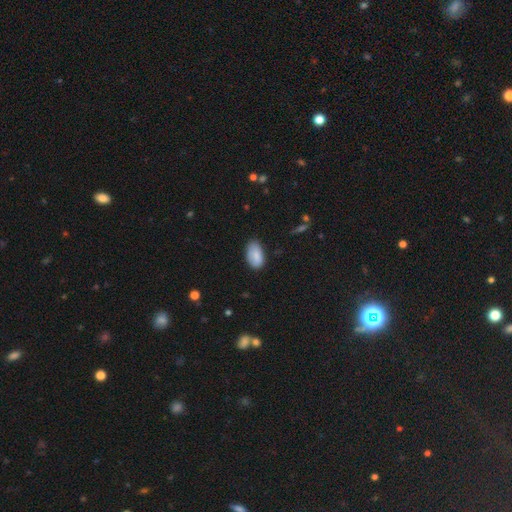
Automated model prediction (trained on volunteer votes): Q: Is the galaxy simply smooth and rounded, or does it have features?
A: smooth — 85%.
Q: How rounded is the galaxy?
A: in between — 94%.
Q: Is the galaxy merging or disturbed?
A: none — 71%.